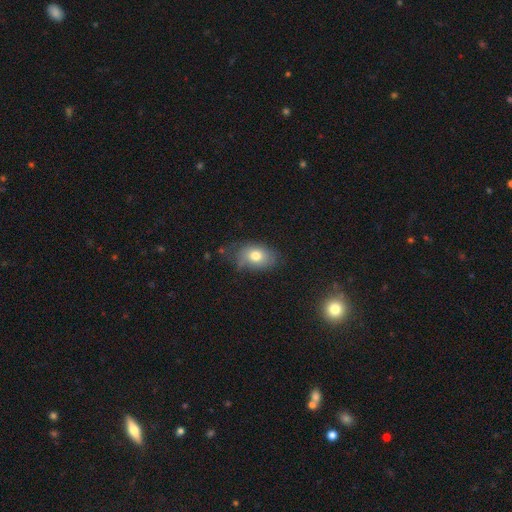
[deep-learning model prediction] A smooth galaxy with no disk features (76%) that is in between round and cigar-shaped (79%). Merging: none (63%).